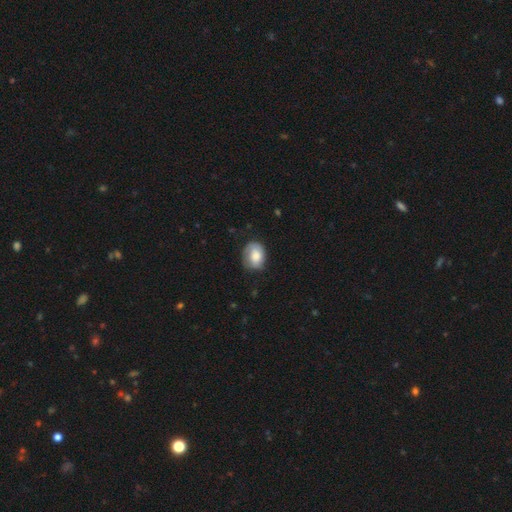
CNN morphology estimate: Overall: smooth (66%; featured or disk 27%). How rounded: in between (59%; round 40%). Merging: none (61%; minor disturbance 28%).